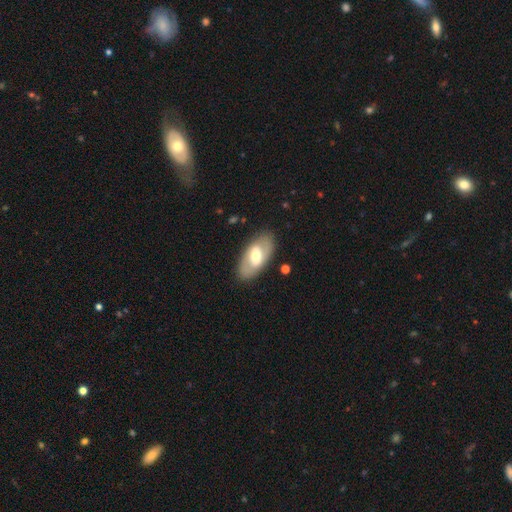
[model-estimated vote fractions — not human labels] A featured or disk galaxy (49%). Merging: none (83%).